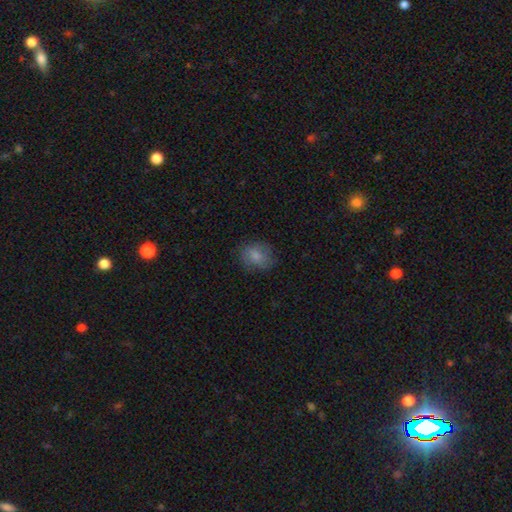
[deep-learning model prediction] Smooth or featured? smooth (78%)
How rounded? in between (55%)
Merging? none (71%)